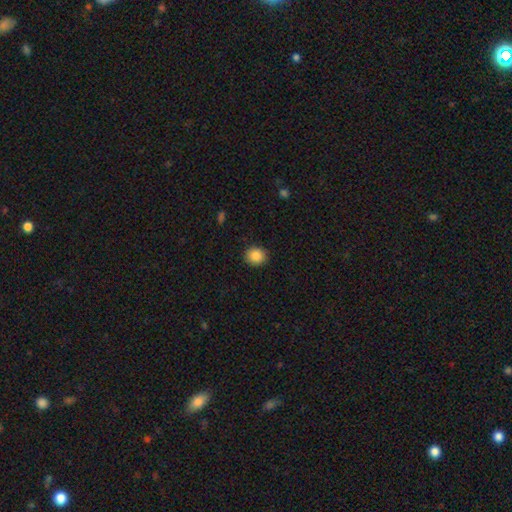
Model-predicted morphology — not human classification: This appears to be a smooth galaxy with no disk features (88%) that is round (83%). Merging: none (90%).